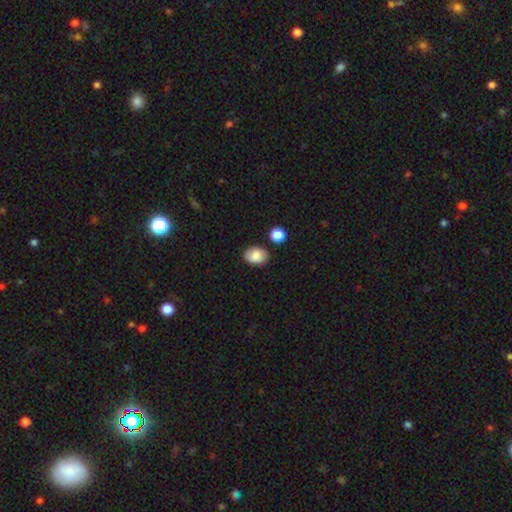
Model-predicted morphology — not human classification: type=smooth (83%); roundness=in between (76%); merging=none (80%).